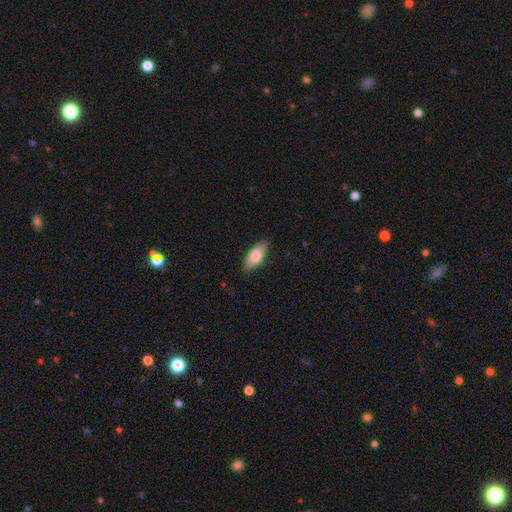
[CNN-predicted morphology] type=smooth (78%); roundness=in between (87%); merging=none (82%).